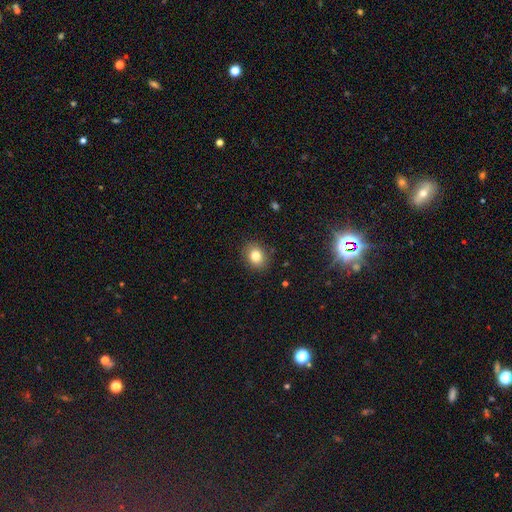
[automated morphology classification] Q: Smooth or featured?
A: smooth (81%); runner-up: star or artifact (11%)
Q: How rounded?
A: round (56%); runner-up: in between (43%)
Q: Merging?
A: none (87%); runner-up: minor disturbance (9%)